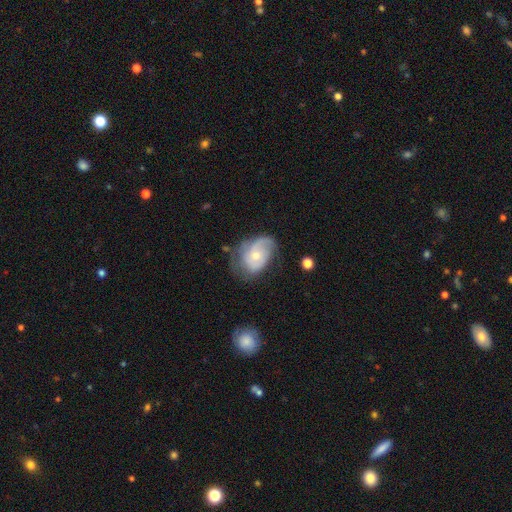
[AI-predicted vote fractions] Smooth or featured: featured or disk — 60% (smooth — 33%)
Edge-on disk: no — 96% (yes — 4%)
Bar: no — 78% (weak — 19%)
Spiral arms: yes — 77% (no — 23%)
Bulge size: small — 48% (tied with moderate — 48%)
Merging: none — 45% (minor disturbance — 32%)